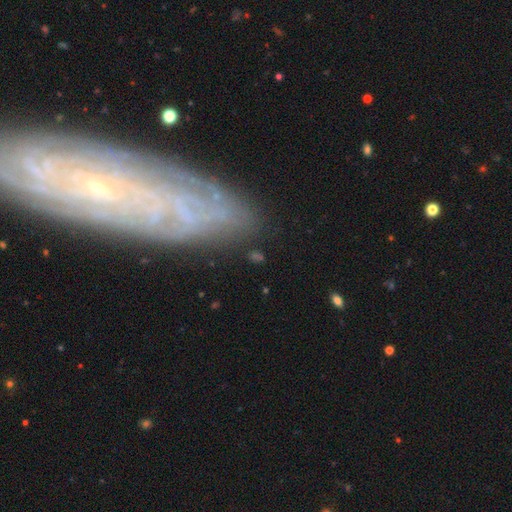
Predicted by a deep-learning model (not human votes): smooth_or_featured: featured or disk (p=0.55) [alt: smooth p=0.26]
disk_edge_on: no (p=0.88) [alt: yes p=0.12]
merging: none (p=0.64) [alt: minor disturbance p=0.19]